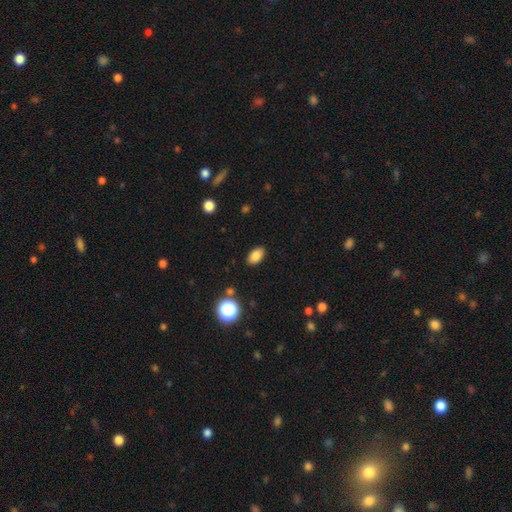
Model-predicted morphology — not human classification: The model was most divided on "smooth or featured": smooth: 84%, star or artifact: 10%, featured or disk: 5%. More confident: how rounded — in between (90%); merging — none (88%).